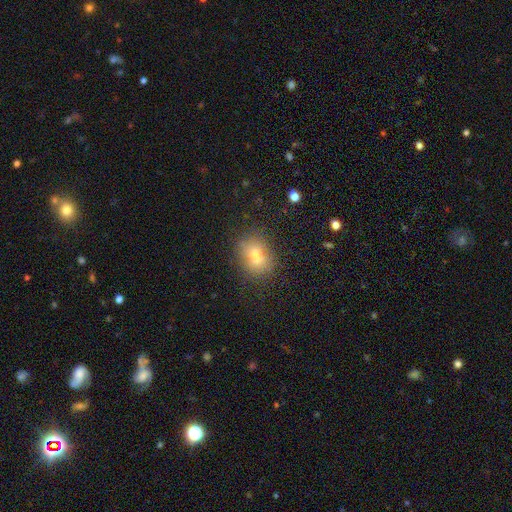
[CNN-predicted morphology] This appears to be a smooth galaxy with no disk features (73%) that is in between round and cigar-shaped (54%). Merging: none (75%).